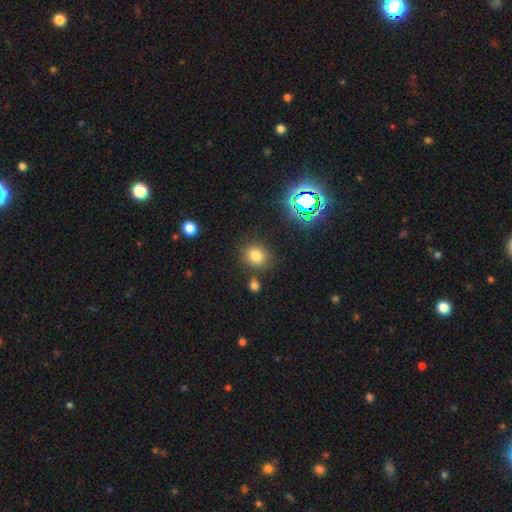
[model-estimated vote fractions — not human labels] Overall: smooth (75%). How rounded: round (76%). Merging: none (80%).